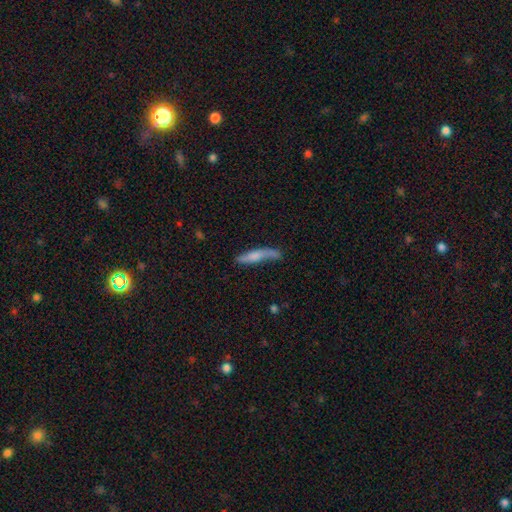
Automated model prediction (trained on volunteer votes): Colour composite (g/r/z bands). It shows a smooth galaxy with no disk features (60%) that is cigar-shaped (85%). Merging: none (56%).